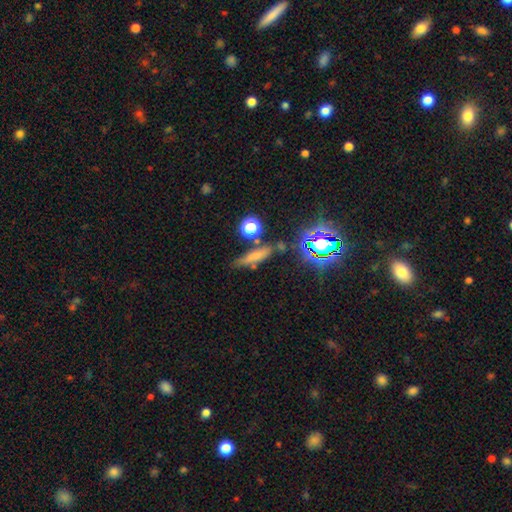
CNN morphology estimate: Overall: smooth (64%). How rounded: cigar-shaped (70%). Merging: none (73%).